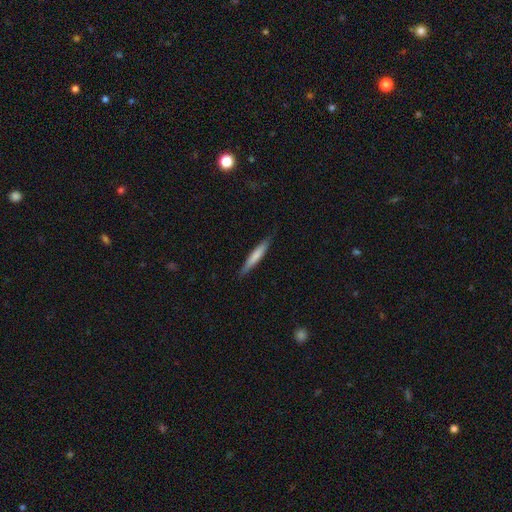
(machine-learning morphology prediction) smooth_or_featured: smooth (p=0.69) [alt: featured or disk p=0.26]
how_rounded: cigar-shaped (p=0.93) [alt: in between p=0.06]
merging: none (p=0.85) [alt: minor disturbance p=0.12]